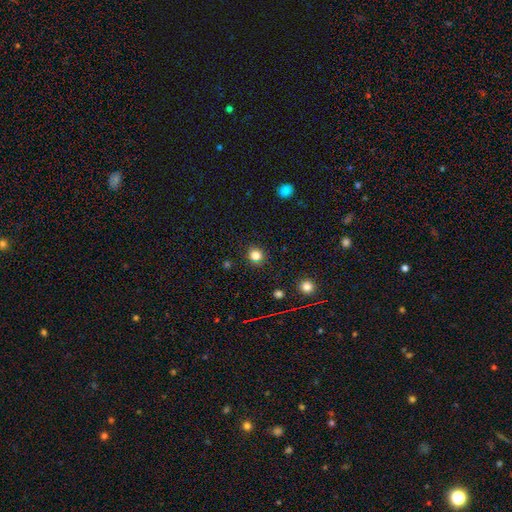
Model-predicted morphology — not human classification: Smooth or featured?
  - smooth: 81% *
  - star or artifact: 14%
  - featured or disk: 5%
How rounded?
  - round: 87% *
  - in between: 12%
  - cigar-shaped: 1%
Merging?
  - none: 88% *
  - minor disturbance: 8%
  - major disturbance: 2%
  - merger: 2%